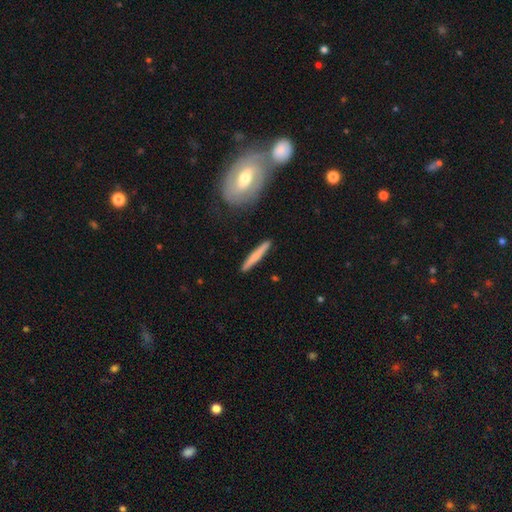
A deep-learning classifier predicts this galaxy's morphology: smooth 61%, featured or disk 33%, star or artifact 5%. Down the decision tree: how rounded — cigar-shaped (94%); merging — none (90%).